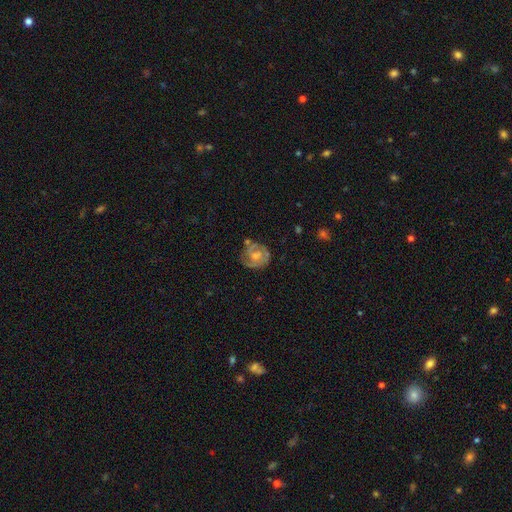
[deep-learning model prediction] smooth_or_featured: featured or disk (p=0.72) [alt: smooth p=0.19]
disk_edge_on: no (p=0.97) [alt: yes p=0.03]
bar: no (p=0.63) [alt: weak p=0.31]
has_spiral_arms: yes (p=0.86) [alt: no p=0.14]
spiral_winding: tight (p=0.60) [alt: medium p=0.32]
spiral_arm_count: 2 (p=0.50) [alt: can't tell p=0.25]
bulge_size: moderate (p=0.54) [alt: small p=0.38]
merging: none (p=0.72) [alt: minor disturbance p=0.18]